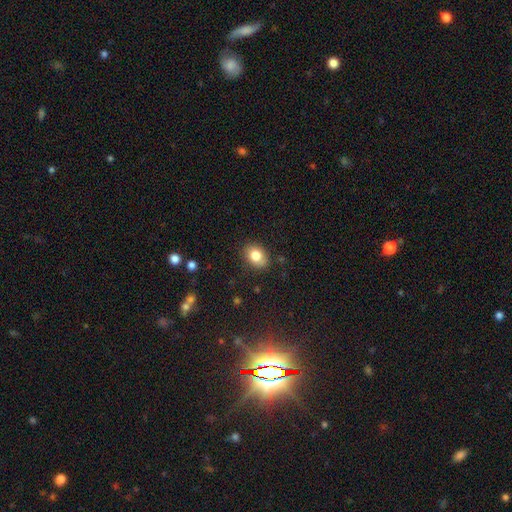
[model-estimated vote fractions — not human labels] smooth-or-featured: smooth: 81% | featured or disk: 10% | star or artifact: 9%
  how-rounded: in between: 69% | round: 30% | cigar-shaped: 1%
  merging: none: 84% | minor disturbance: 12% | major disturbance: 3% | merger: 1%